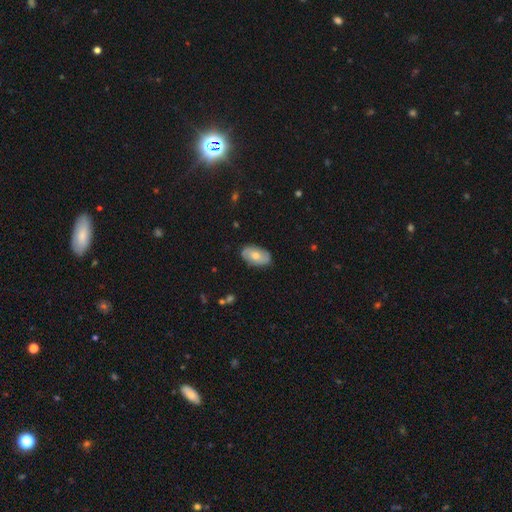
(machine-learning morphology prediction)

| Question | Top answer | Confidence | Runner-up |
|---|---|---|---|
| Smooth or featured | smooth | 62% | featured or disk (31%) |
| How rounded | in between | 93% | round (5%) |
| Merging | none | 84% | minor disturbance (13%) |